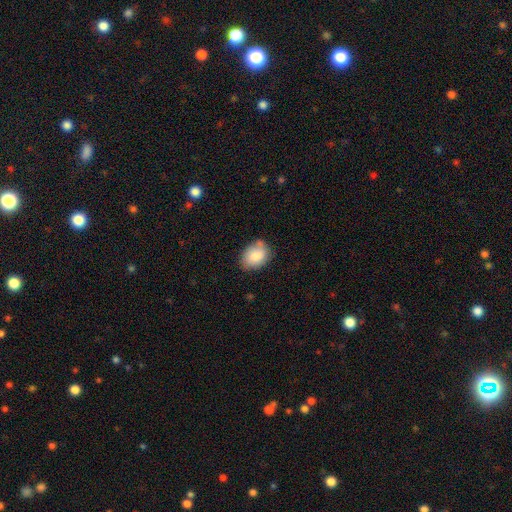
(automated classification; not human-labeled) Smooth or featured? smooth (83%)
How rounded? in between (72%)
Merging? none (70%)